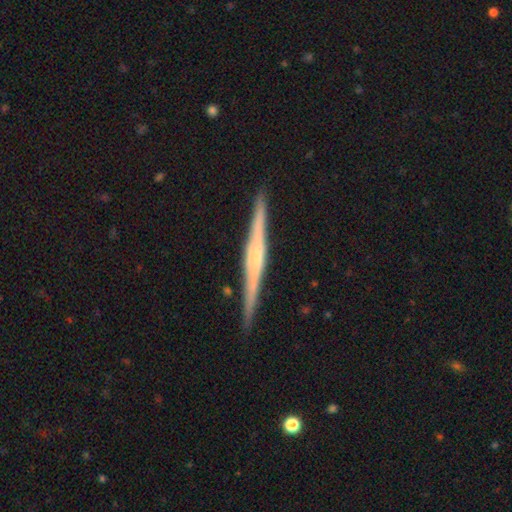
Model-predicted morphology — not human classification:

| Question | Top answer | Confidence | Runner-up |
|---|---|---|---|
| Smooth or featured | featured or disk | 79% | smooth (15%) |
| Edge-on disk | yes | 98% | no (2%) |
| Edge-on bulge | rounded | 44% | boxy (31%) |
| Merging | none | 90% | minor disturbance (7%) |